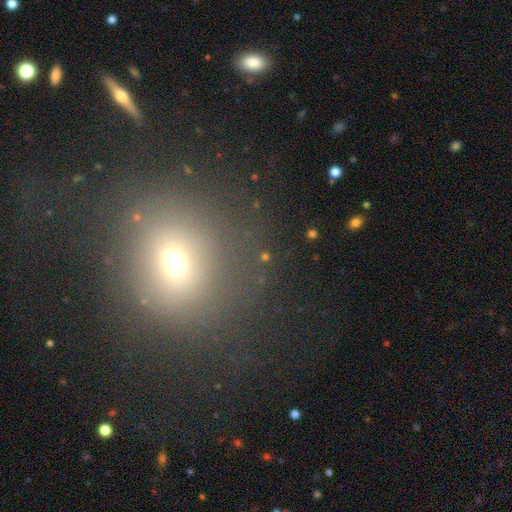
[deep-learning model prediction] A smooth galaxy with no disk features (59%) that is round (82%).

Vote fractions:
- Smooth or featured? smooth: 59% / star or artifact: 29% / featured or disk: 12%
- How rounded? round: 82% / in between: 17% / cigar-shaped: 1%
- Merging? none: 77% / minor disturbance: 11% / major disturbance: 8% / merger: 4%